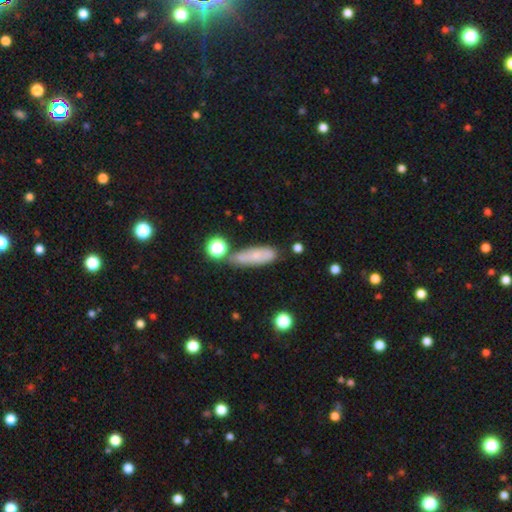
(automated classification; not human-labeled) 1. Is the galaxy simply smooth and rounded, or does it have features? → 65% smooth, 25% featured or disk, 11% star or artifact.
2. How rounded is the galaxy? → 49% in between, 47% cigar-shaped, 4% round.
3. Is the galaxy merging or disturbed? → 59% none, 23% minor disturbance, 11% merger, 7% major disturbance.